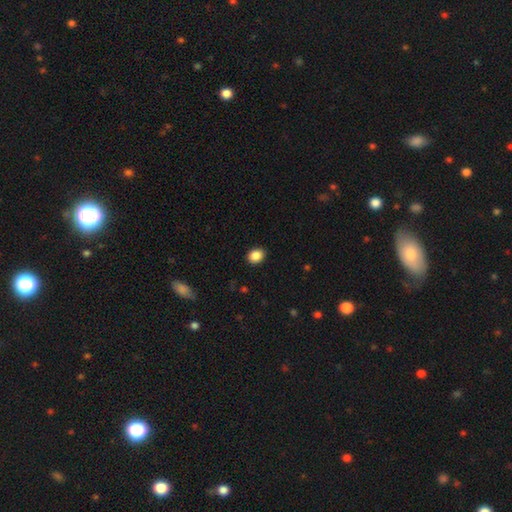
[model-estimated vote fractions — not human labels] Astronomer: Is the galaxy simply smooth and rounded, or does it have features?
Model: smooth — 88%.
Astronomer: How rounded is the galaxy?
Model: in between — 52% (runner-up: round, 47%).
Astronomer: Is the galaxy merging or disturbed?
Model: none — 90%.